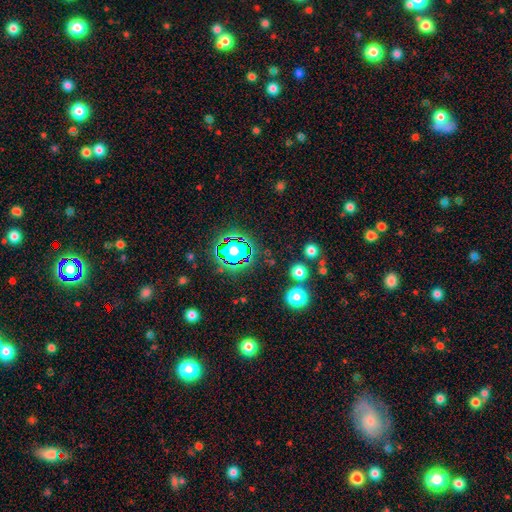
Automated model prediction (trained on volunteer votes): Smooth or featured? Predicted: star or artifact (p=0.76).